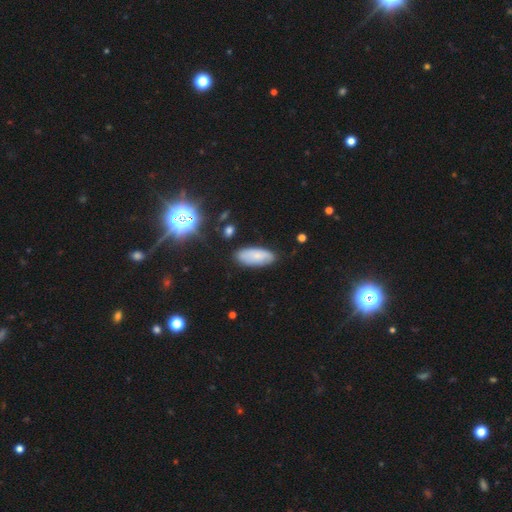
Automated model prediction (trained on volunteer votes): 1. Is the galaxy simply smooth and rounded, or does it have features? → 70% smooth, 21% featured or disk, 9% star or artifact.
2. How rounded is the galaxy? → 82% in between, 15% cigar-shaped, 2% round.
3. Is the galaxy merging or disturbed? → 80% none, 15% minor disturbance, 3% major disturbance, 2% merger.